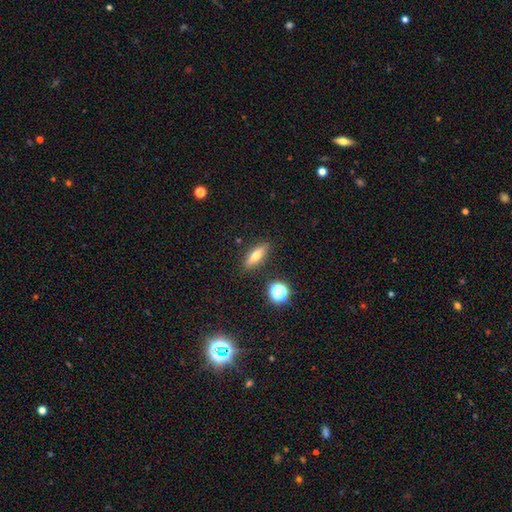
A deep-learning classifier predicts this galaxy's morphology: Q: Smooth or featured?
A: smooth (60%); runner-up: featured or disk (30%)
Q: How rounded?
A: cigar-shaped (51%); runner-up: in between (44%)
Q: Merging?
A: none (87%); runner-up: minor disturbance (9%)